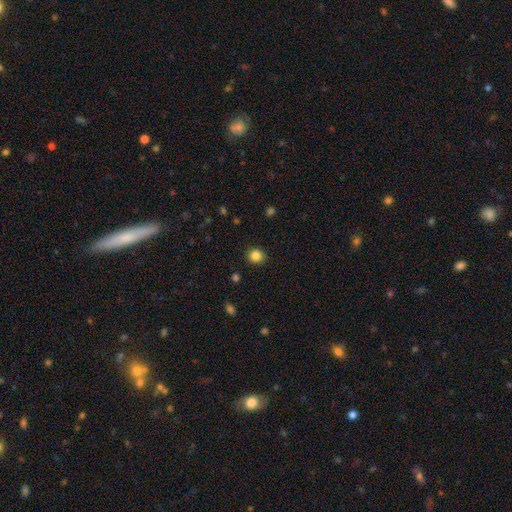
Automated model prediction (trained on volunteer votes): This is clearly a smooth galaxy (85%). How rounded: clearly round (84%). Merging: clearly none (90%).